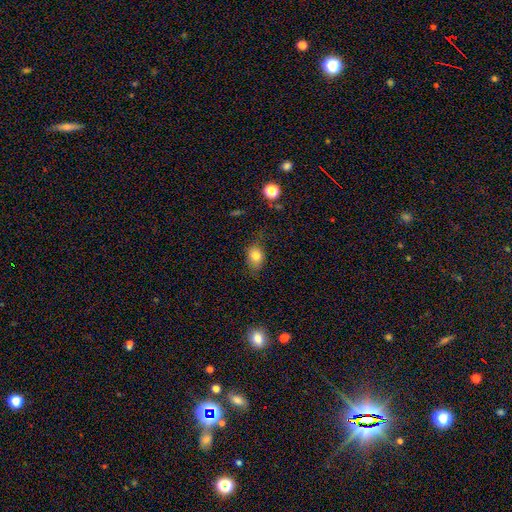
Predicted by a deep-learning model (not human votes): smooth_or_featured: smooth (p=0.79) [alt: featured or disk p=0.11]
how_rounded: in between (p=0.72) [alt: round p=0.26]
merging: none (p=0.64) [alt: minor disturbance p=0.26]